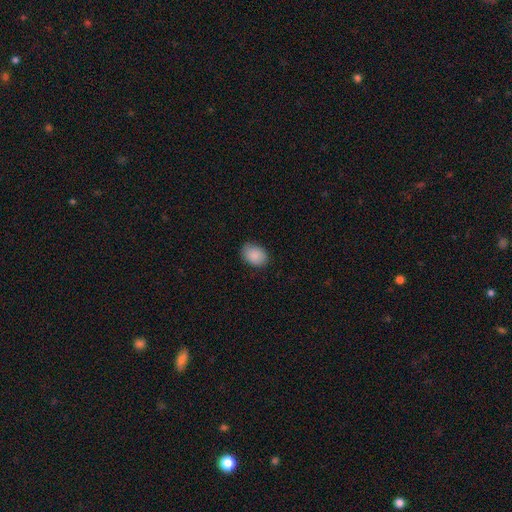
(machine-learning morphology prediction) Overall: smooth (90%). How rounded: in between (76%). Merging: none (85%).